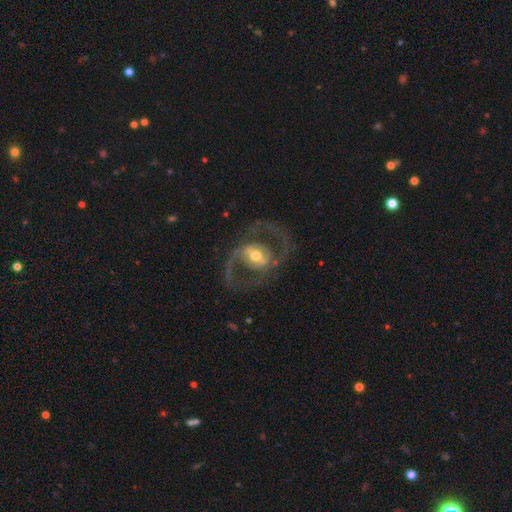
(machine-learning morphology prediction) smooth-or-featured: featured or disk: 88% | smooth: 8% | star or artifact: 5%
  disk-edge-on: no: 97% | yes: 3%
    bar: weak: 40% | strong: 33% | no: 27%
    has-spiral-arms: yes: 88% | no: 12%
      spiral-winding: medium: 58% | loose: 27% | tight: 15%
      spiral-arm-count: 2: 91% | can't tell: 3% | 1: 2% | 3: 2% | 4: 1% | more than 4: 1%
    bulge-size: moderate: 70% | small: 17% | large: 11% | dominant: 1% | none: 1%
  merging: none: 75% | major disturbance: 12% | minor disturbance: 12% | merger: 2%